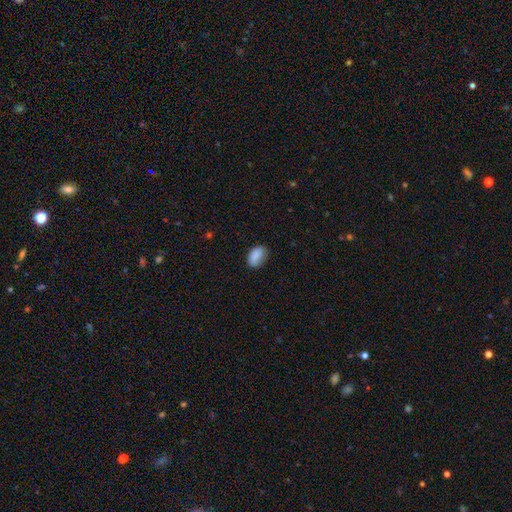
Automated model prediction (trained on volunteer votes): A smooth galaxy with no disk features (87%) that is in between round and cigar-shaped (86%).

Vote fractions:
- Smooth or featured? smooth: 87% / star or artifact: 8% / featured or disk: 5%
- How rounded? in between: 86% / round: 12% / cigar-shaped: 1%
- Merging? none: 72% / minor disturbance: 22% / major disturbance: 4% / merger: 1%